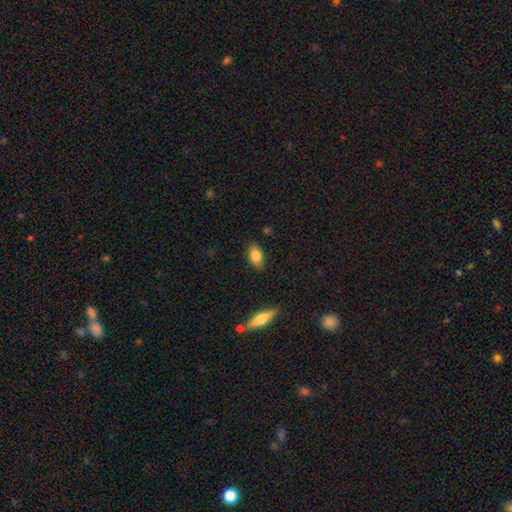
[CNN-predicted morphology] A smooth galaxy with no disk features (79%) that is in between round and cigar-shaped (88%). Merging: none (86%).